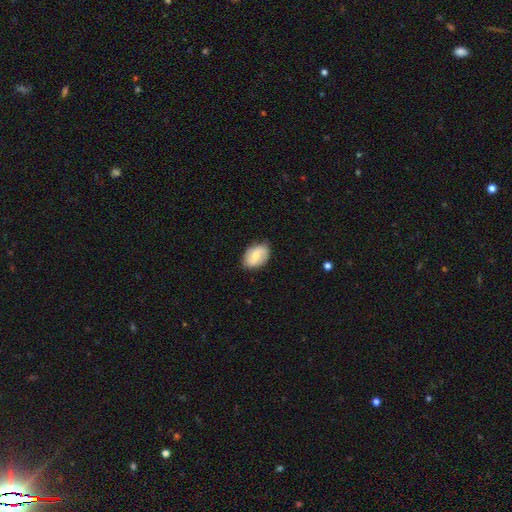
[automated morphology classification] This appears to be a smooth galaxy with no disk features (53%) that is in between round and cigar-shaped (82%). Merging: none (81%).